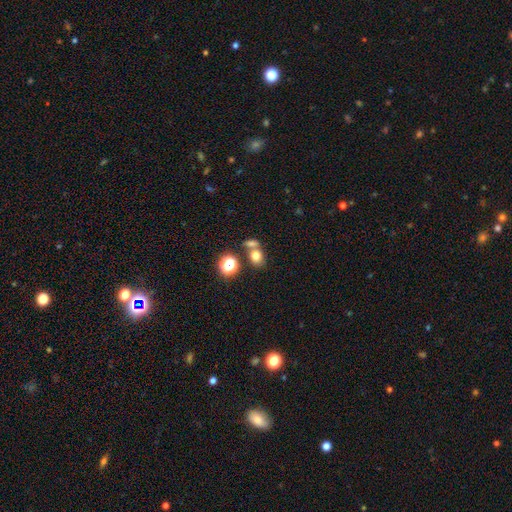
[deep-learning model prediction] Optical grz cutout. It shows a smooth galaxy with no disk features (74%) that is round (50%). Merging: none (47%).